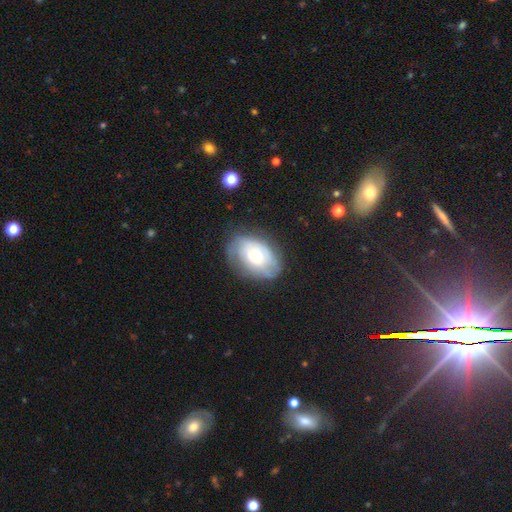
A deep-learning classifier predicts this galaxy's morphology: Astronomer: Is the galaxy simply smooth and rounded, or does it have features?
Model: featured or disk — 54% (runner-up: smooth, 38%).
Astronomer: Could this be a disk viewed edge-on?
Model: no — 95%.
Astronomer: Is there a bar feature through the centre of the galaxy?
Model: no — 79%.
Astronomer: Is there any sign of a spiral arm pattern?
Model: yes — 67%.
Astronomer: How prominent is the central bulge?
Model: moderate — 50% (runner-up: small, 32%).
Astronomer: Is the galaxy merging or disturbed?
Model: none — 66%.